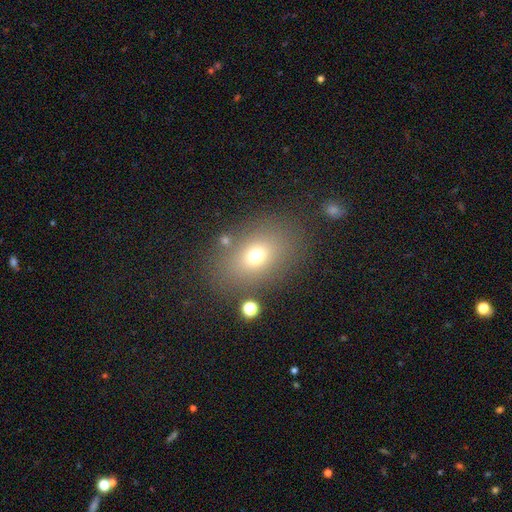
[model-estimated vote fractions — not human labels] smooth 70%, star or artifact 16%, featured or disk 14%. Down the decision tree: how rounded — in between (68%); merging — none (78%).